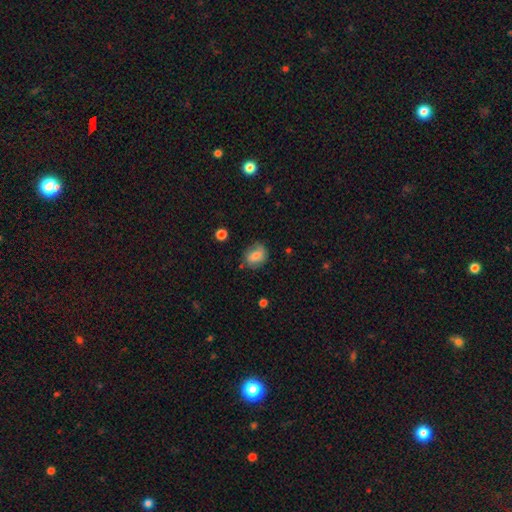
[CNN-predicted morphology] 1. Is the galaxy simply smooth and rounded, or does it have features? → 75% smooth, 16% featured or disk, 9% star or artifact.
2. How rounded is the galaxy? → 50% in between, 49% round, 1% cigar-shaped.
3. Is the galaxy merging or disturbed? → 64% none, 26% minor disturbance, 8% major disturbance, 2% merger.